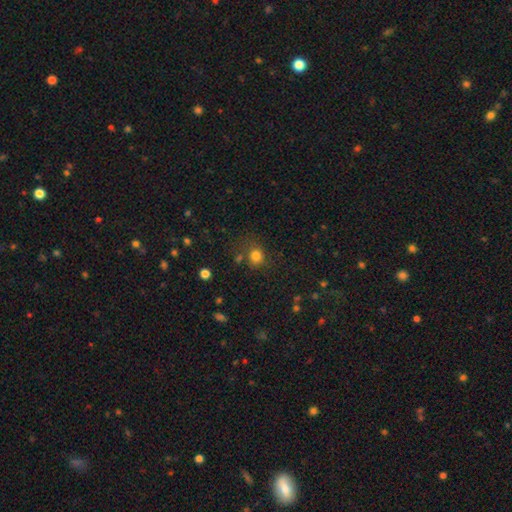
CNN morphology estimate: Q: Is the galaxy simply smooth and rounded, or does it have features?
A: smooth — 79%.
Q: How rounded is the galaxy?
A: round — 81%.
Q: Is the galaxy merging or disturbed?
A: none — 72%.